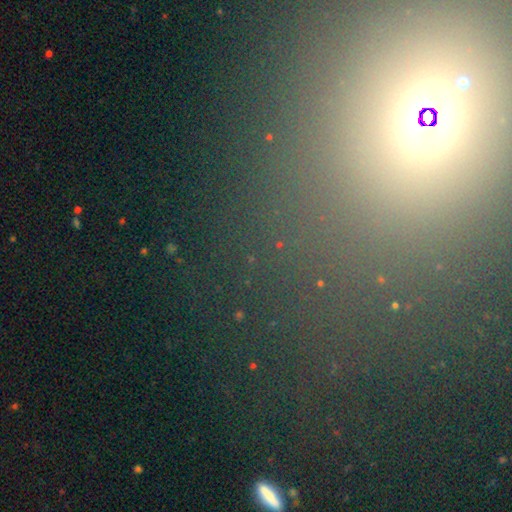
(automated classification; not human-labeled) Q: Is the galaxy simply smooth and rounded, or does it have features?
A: star or artifact — 65%.